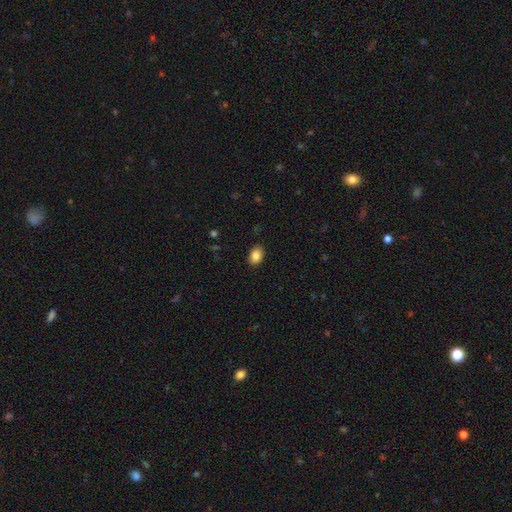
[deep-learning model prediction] A smooth galaxy with no disk features (87%) that is in between round and cigar-shaped (81%). Merging: none (88%).